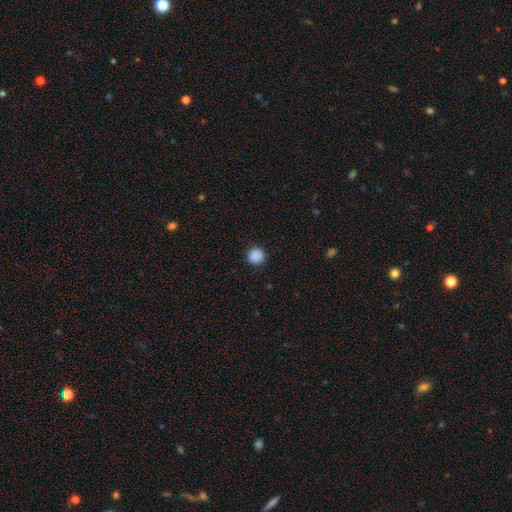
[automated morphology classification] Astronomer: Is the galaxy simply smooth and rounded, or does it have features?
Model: smooth — 89%.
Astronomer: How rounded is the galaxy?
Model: round — 95%.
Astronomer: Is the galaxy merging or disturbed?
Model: none — 92%.